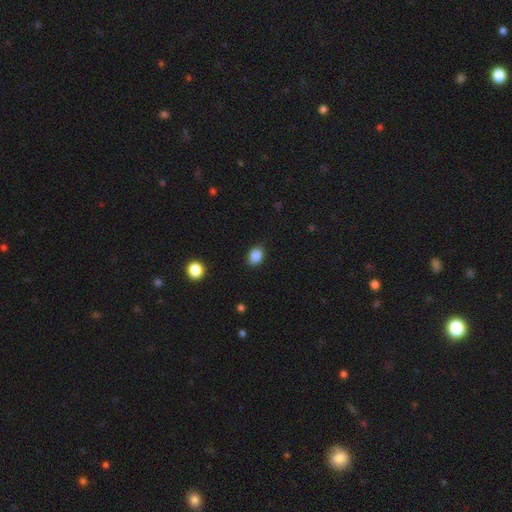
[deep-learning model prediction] Q: Smooth or featured?
A: smooth (86%); runner-up: star or artifact (10%)
Q: How rounded?
A: in between (62%); runner-up: round (37%)
Q: Merging?
A: none (87%); runner-up: minor disturbance (10%)